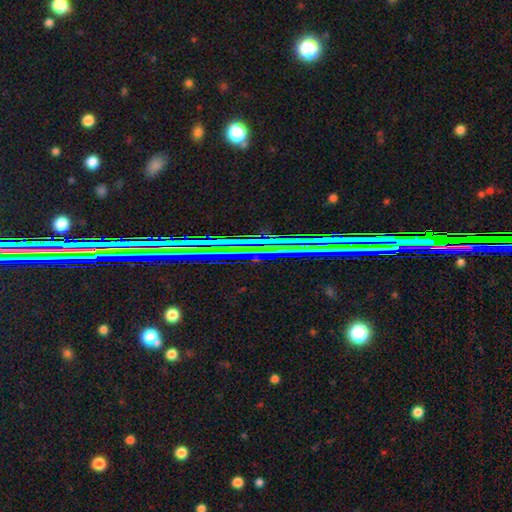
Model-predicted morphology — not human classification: The model was most divided on "smooth or featured": star or artifact: 73%, featured or disk: 14%, smooth: 13%.